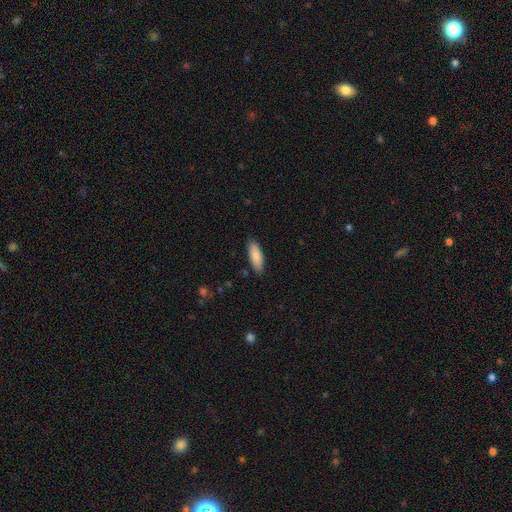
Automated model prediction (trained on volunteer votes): Q: Smooth or featured?
A: smooth (88%); runner-up: featured or disk (7%)
Q: How rounded?
A: in between (65%); runner-up: cigar-shaped (33%)
Q: Merging?
A: none (87%); runner-up: minor disturbance (10%)